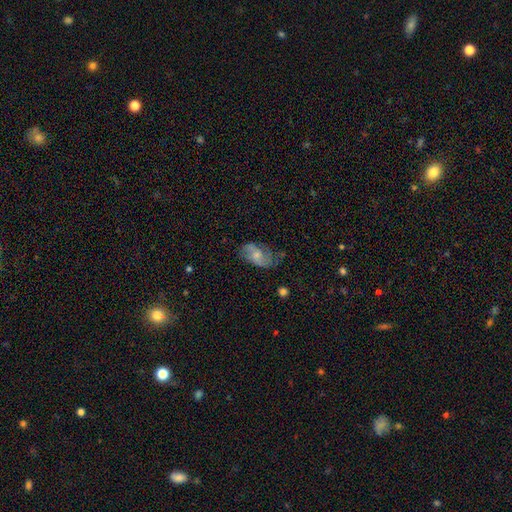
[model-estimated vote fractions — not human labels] This appears to be a featured or disk galaxy (50%). Merging: none (53%).